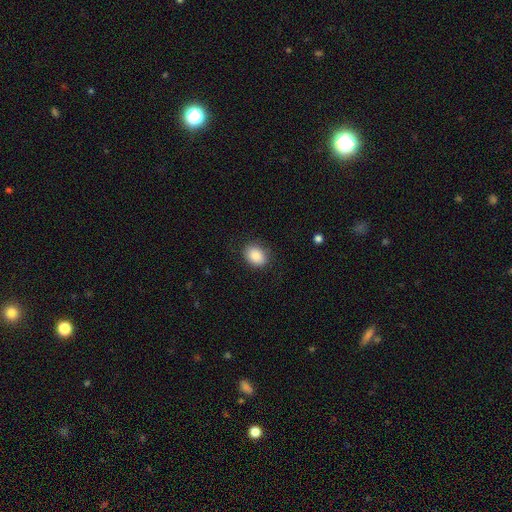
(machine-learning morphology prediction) This appears to be a smooth galaxy with no disk features (87%) that is in between round and cigar-shaped (60%). Merging: none (85%).